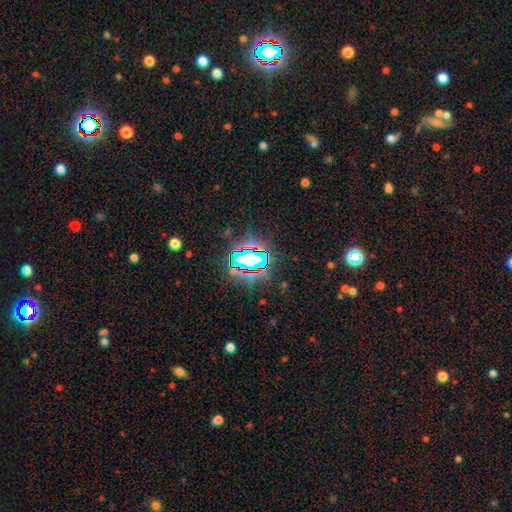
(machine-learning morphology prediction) Q: Smooth or featured?
A: star or artifact (67%); runner-up: smooth (19%)